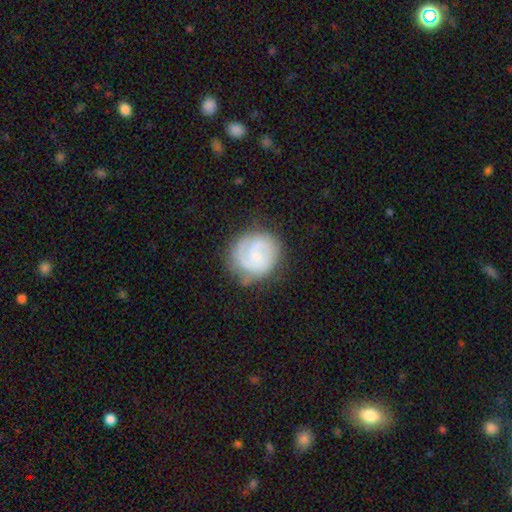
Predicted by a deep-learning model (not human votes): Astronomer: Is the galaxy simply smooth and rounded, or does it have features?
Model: featured or disk — 69%.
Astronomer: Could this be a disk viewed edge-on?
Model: no — 98%.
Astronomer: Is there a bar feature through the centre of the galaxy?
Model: no — 54% (runner-up: weak, 39%).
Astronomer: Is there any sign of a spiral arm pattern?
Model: yes — 91%.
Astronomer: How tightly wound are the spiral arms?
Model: tight — 48% (runner-up: medium, 39%).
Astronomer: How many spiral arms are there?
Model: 2 — 58%.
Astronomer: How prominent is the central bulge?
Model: small — 64%.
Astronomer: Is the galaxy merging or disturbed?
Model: none — 72%.